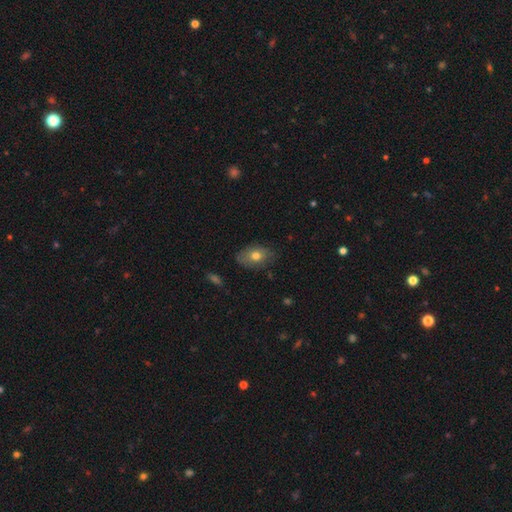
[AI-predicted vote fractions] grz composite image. It shows a smooth galaxy with no disk features (70%) that is in between round and cigar-shaped (83%). Merging: none (75%).